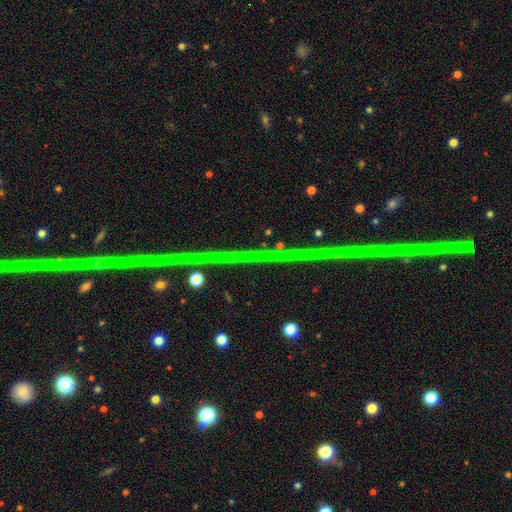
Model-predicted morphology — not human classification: A star or artifact, not a galaxy (75%).

Vote fractions:
- Smooth or featured? star or artifact: 75% / featured or disk: 18% / smooth: 8%